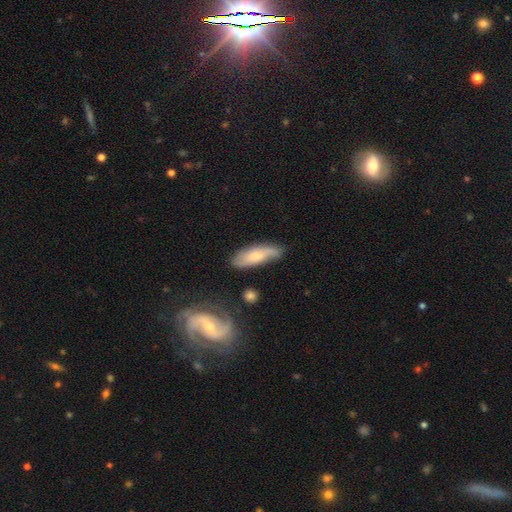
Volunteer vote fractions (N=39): This appears to be a featured or disk galaxy (51%) with a weak bar (56%), 2 (72%) medium (67%) spiral arms (100%) and a moderate central bulge (61%). Merging: none (76%).